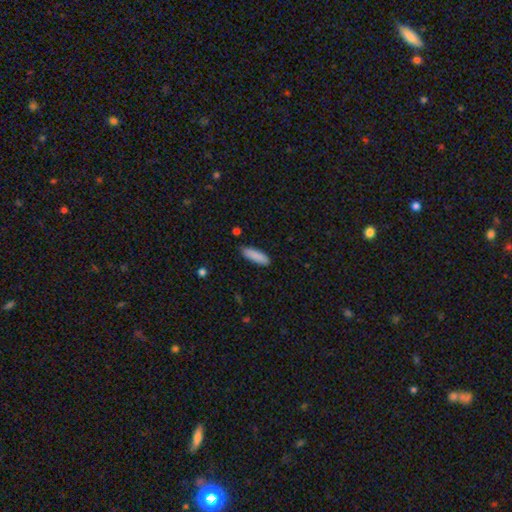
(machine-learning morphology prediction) smooth-or-featured: smooth: 88% | star or artifact: 6% | featured or disk: 5%
  how-rounded: in between: 54% | cigar-shaped: 45% | round: 2%
  merging: none: 85% | minor disturbance: 11% | major disturbance: 2% | merger: 1%